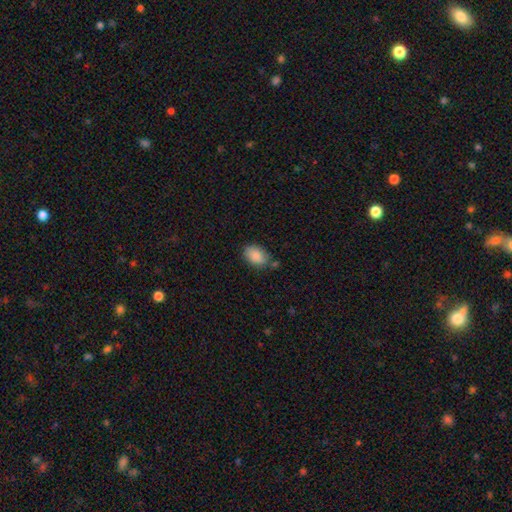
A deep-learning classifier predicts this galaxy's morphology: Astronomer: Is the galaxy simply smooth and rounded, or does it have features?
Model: smooth — 86%.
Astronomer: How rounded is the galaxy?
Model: in between — 85%.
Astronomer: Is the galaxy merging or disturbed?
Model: none — 73%.